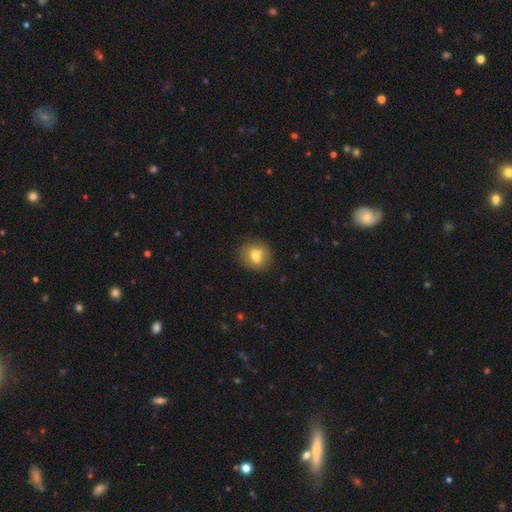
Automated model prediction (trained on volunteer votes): A smooth galaxy with no disk features (73%) that is round (77%). Merging: none (82%).